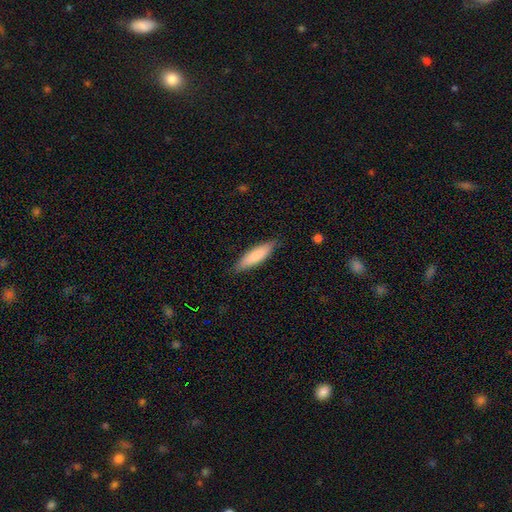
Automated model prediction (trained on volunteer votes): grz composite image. It shows a smooth galaxy with no disk features (82%) that is cigar-shaped (67%). Merging: none (85%).